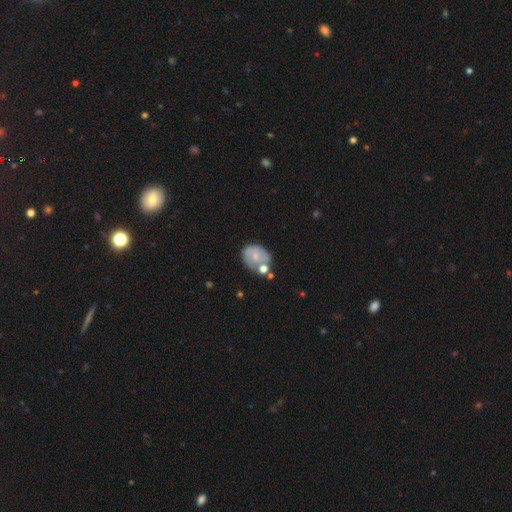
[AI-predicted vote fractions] A smooth galaxy with no disk features (47%).

Vote fractions:
- Smooth or featured? smooth: 47% / featured or disk: 45% / star or artifact: 8%
- Merging? none: 46% / minor disturbance: 25% / merger: 19% / major disturbance: 10%